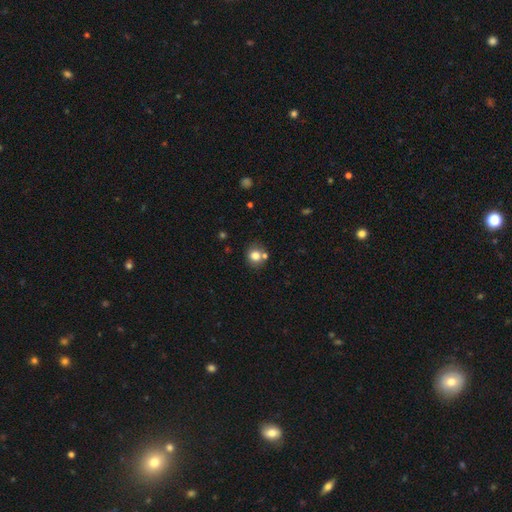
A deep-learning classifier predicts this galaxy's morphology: A smooth galaxy with no disk features (78%) that is round (81%). Merging: none (66%).